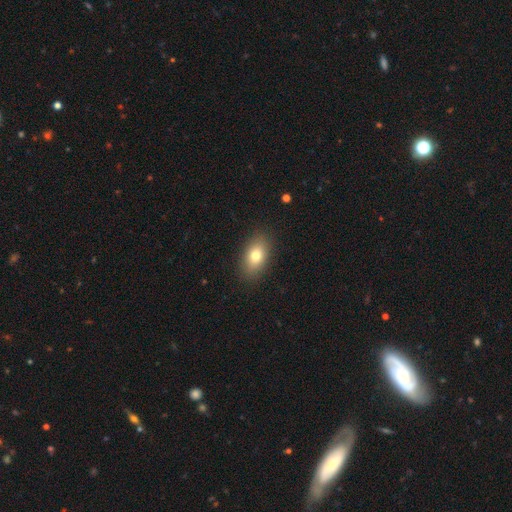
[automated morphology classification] A smooth galaxy with no disk features (77%) that is in between round and cigar-shaped (86%).

Vote fractions:
- Smooth or featured? smooth: 77% / featured or disk: 14% / star or artifact: 9%
- How rounded? in between: 86% / round: 11% / cigar-shaped: 3%
- Merging? none: 88% / minor disturbance: 9% / major disturbance: 3% / merger: 1%